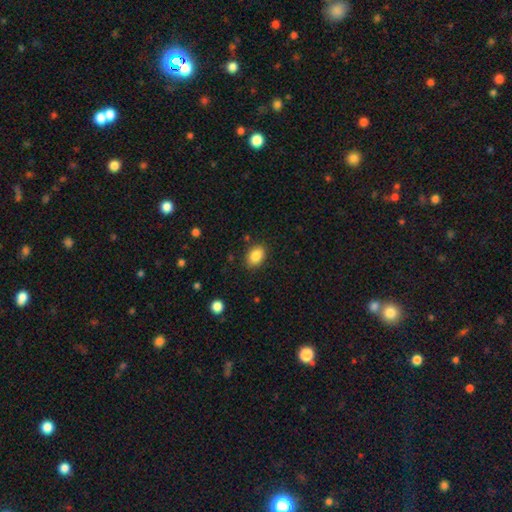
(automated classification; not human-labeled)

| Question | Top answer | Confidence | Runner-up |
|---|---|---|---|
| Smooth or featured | smooth | 86% | star or artifact (8%) |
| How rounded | in between | 76% | round (23%) |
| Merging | none | 85% | minor disturbance (10%) |